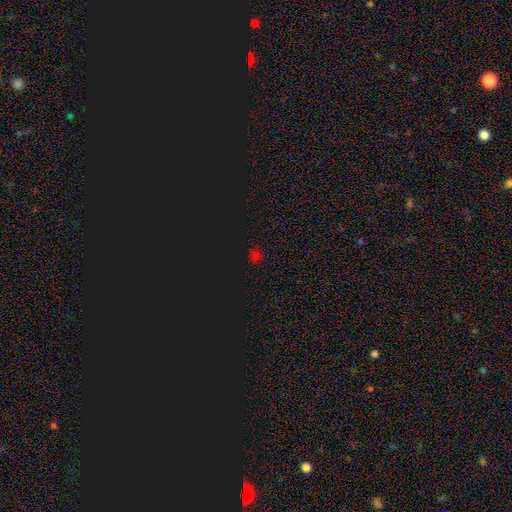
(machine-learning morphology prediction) Smooth or featured? Predicted: star or artifact (p=0.60).